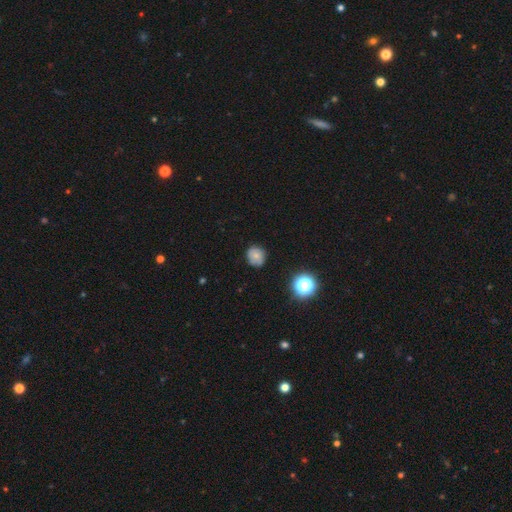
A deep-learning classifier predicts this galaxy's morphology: Smooth or featured: smooth — 70% (featured or disk — 16%)
How rounded: round — 80% (in between — 19%)
Merging: none — 78% (minor disturbance — 17%)